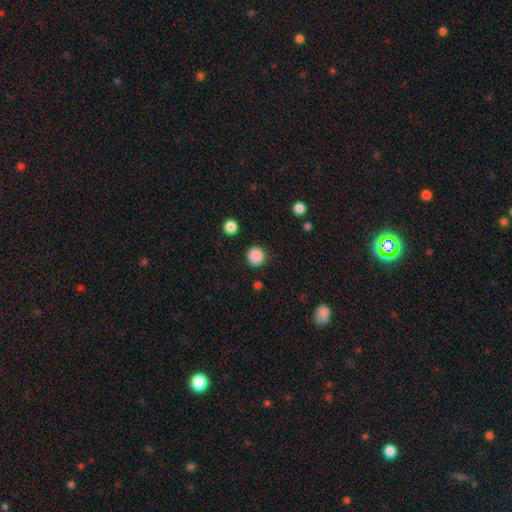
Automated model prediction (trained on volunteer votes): smooth-or-featured: smooth: 88% | star or artifact: 10% | featured or disk: 3%
  how-rounded: round: 91% | in between: 8% | cigar-shaped: 1%
  merging: none: 89% | minor disturbance: 7% | major disturbance: 3% | merger: 2%